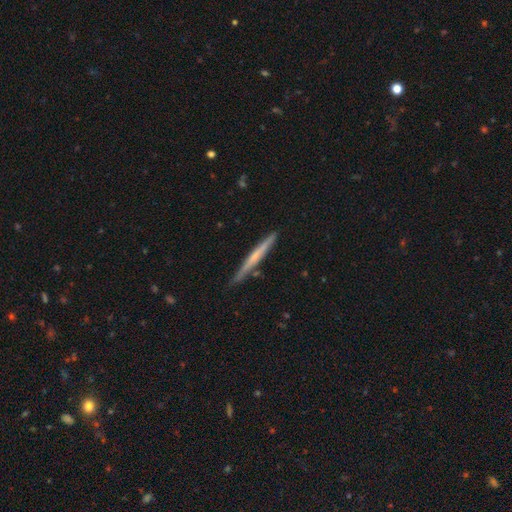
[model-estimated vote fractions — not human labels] A featured or disk galaxy (53%) viewed edge-on (97%) with no central bulge (68%).

Vote fractions:
- Smooth or featured? featured or disk: 53% / smooth: 41% / star or artifact: 6%
- Edge-on disk? yes: 97% / no: 3%
- Edge-on bulge? none: 68% / rounded: 26% / boxy: 6%
- Merging? none: 85% / minor disturbance: 11% / merger: 2% / major disturbance: 2%